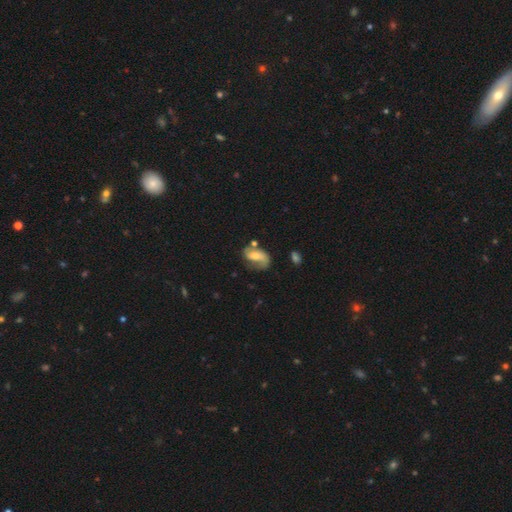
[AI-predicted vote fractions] Smooth or featured?
  - featured or disk: 61% *
  - smooth: 32%
  - star or artifact: 7%
Edge-on disk?
  - no: 96% *
  - yes: 4%
Bar?
  - no: 42% *
  - weak: 38%
  - strong: 20%
Spiral arms?
  - yes: 84% *
  - no: 16%
Bulge size?
  - moderate: 55% *
  - small: 32%
  - large: 8%
  - none: 4%
  - dominant: 1%
Merging?
  - none: 49% *
  - minor disturbance: 25%
  - major disturbance: 18%
  - merger: 7%